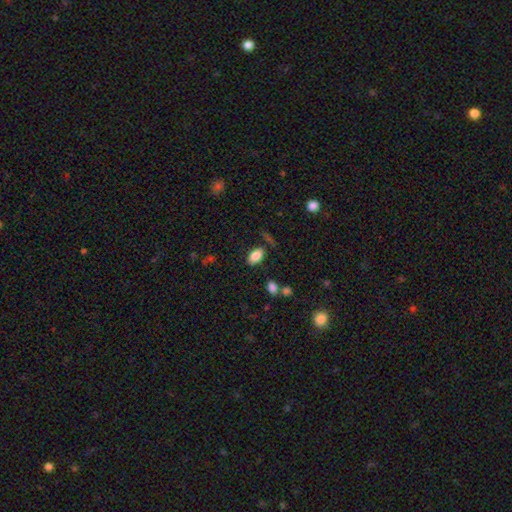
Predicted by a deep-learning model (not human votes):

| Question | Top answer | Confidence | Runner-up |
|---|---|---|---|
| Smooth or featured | smooth | 85% | star or artifact (9%) |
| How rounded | in between | 91% | round (7%) |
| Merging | none | 79% | minor disturbance (13%) |